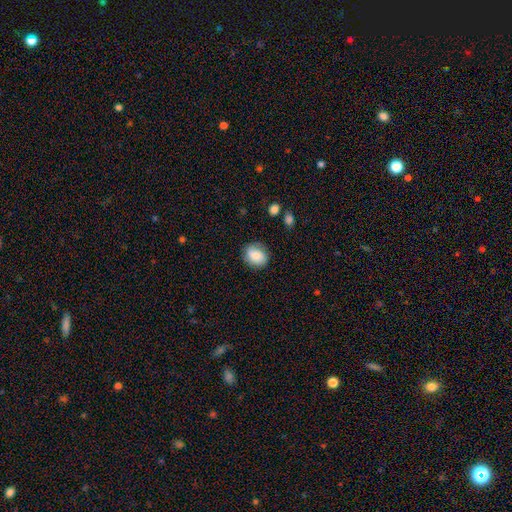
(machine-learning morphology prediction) The model was most divided on "how rounded": round: 60%, in between: 38%, cigar-shaped: 1%. More confident: merging — none (75%); smooth or featured — smooth (72%).